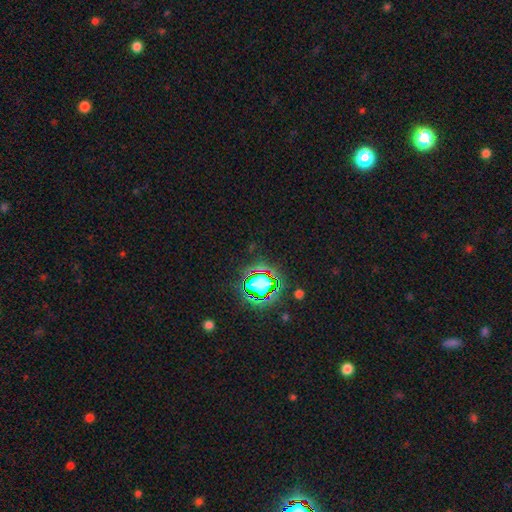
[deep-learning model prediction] Smooth or featured: star or artifact — 80% (smooth — 12%)